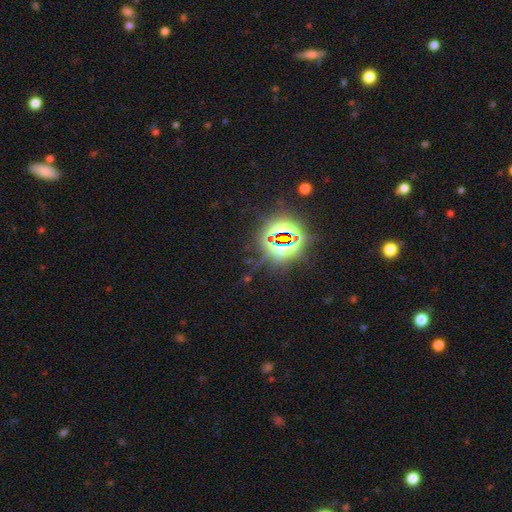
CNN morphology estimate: star or artifact 80%, smooth 12%, featured or disk 8%.